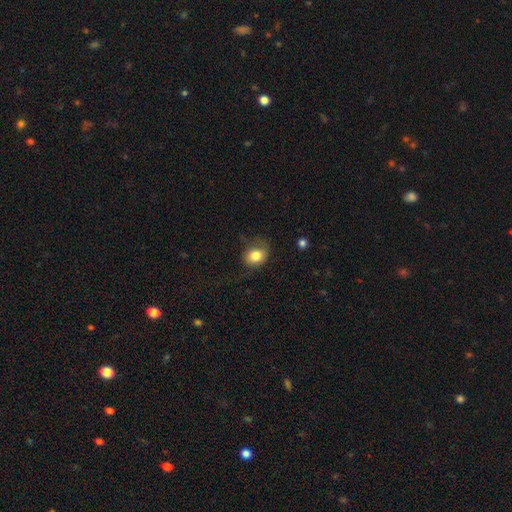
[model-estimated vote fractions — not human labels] The model was most divided on "how rounded": round: 50%, in between: 49%, cigar-shaped: 1%. More confident: smooth or featured — smooth (80%); merging — none (58%).